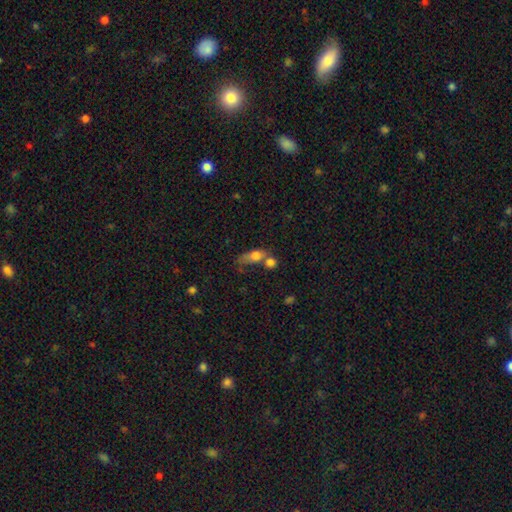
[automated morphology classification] type=smooth (73%); roundness=in between (64%); merging=merger (46%).